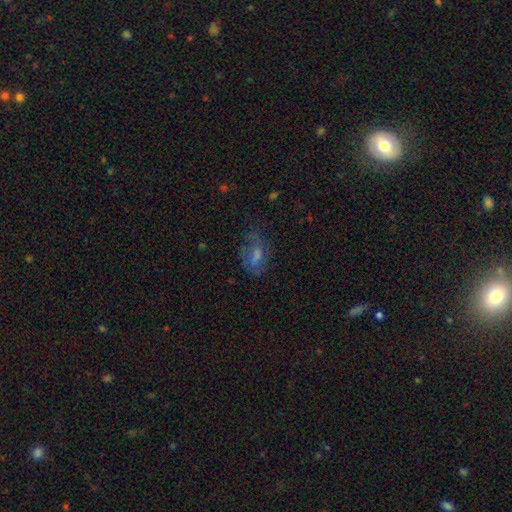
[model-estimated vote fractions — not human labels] This is marginally a smooth galaxy (44%). Merging: possibly none (51%).